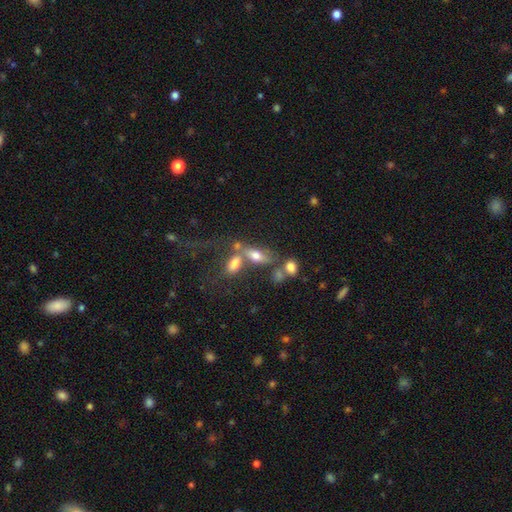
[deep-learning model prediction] This is likely a smooth galaxy (60%). How rounded: likely in between (71%). Merging: marginally none (40%).